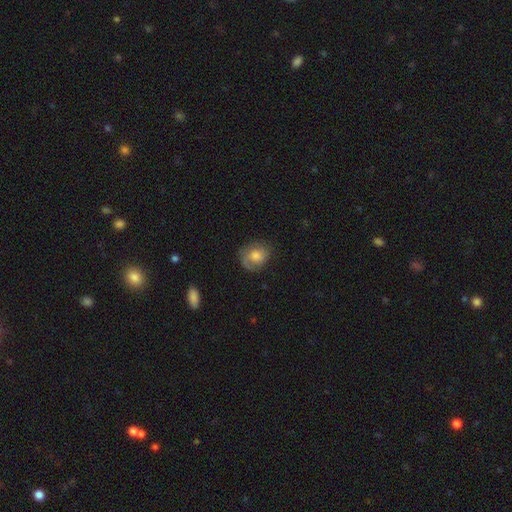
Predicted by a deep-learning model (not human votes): smooth 56%, featured or disk 36%, star or artifact 8%. Down the decision tree: how rounded — round (64%); merging — none (64%).